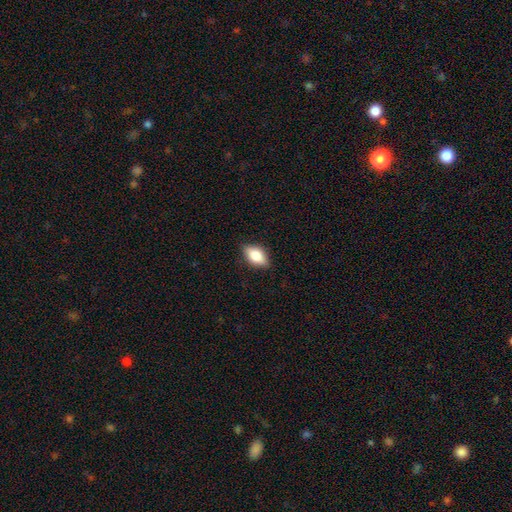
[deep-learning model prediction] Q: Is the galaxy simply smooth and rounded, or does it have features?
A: smooth — 75%.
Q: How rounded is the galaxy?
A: in between — 88%.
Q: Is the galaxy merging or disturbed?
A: none — 85%.